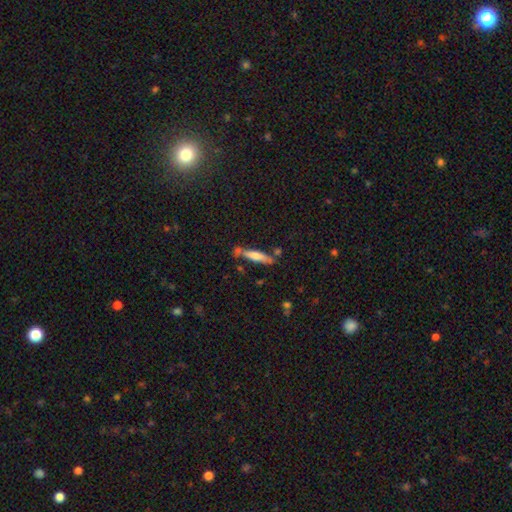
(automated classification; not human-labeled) A smooth galaxy with no disk features (61%) that is cigar-shaped (83%).

Vote fractions:
- Smooth or featured? smooth: 61% / featured or disk: 32% / star or artifact: 7%
- How rounded? cigar-shaped: 83% / in between: 16% / round: 2%
- Merging? none: 65% / minor disturbance: 17% / merger: 13% / major disturbance: 5%